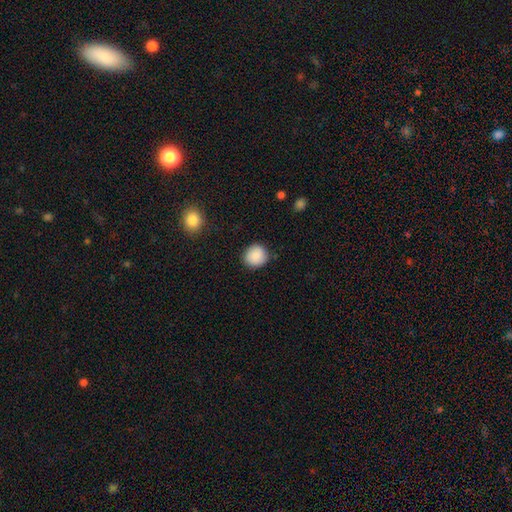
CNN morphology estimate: Overall: smooth (88%). How rounded: round (87%). Merging: none (87%).